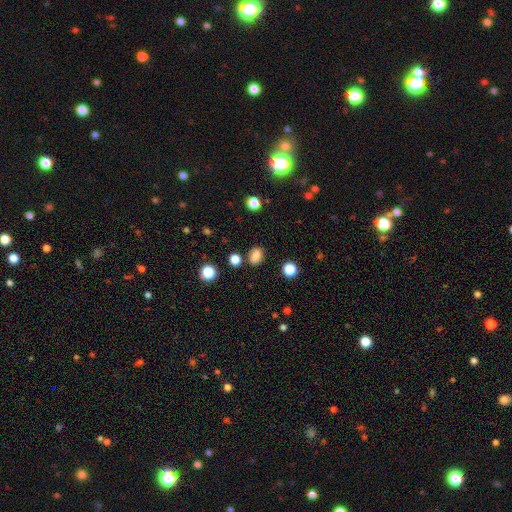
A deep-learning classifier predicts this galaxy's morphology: Smooth or featured? Predicted: smooth (p=0.81). How rounded? Predicted: in between (p=0.62). Merging? Predicted: none (p=0.80).